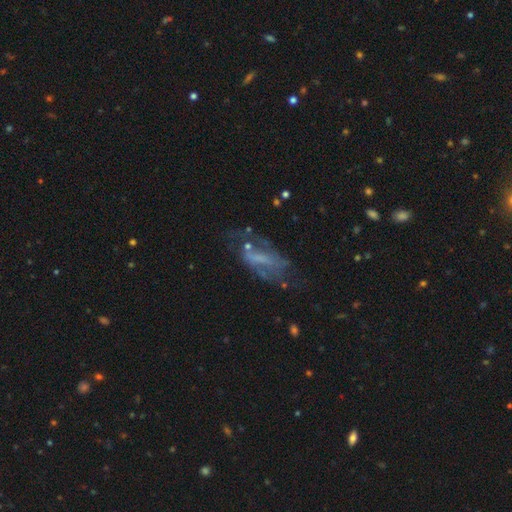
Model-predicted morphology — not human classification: smooth_or_featured: featured or disk (p=0.60) [alt: smooth p=0.25]
disk_edge_on: no (p=0.89) [alt: yes p=0.11]
bar: no (p=0.38) [alt: weak p=0.36]
has_spiral_arms: yes (p=0.55) [alt: no p=0.45]
bulge_size: none (p=0.53) [alt: small p=0.25]
merging: none (p=0.49) [alt: major disturbance p=0.25]